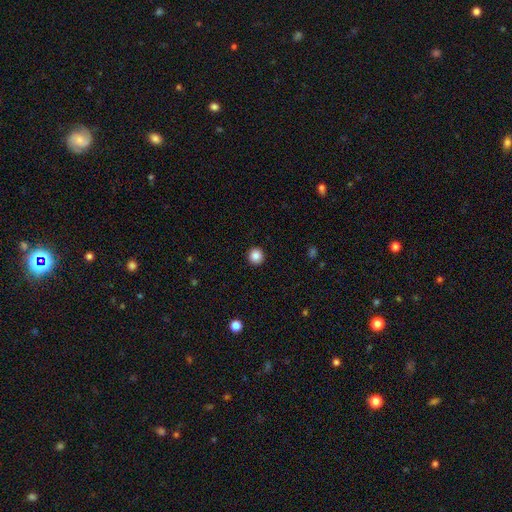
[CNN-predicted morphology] Q: Smooth or featured?
A: smooth (87%); runner-up: star or artifact (10%)
Q: How rounded?
A: round (94%); runner-up: in between (5%)
Q: Merging?
A: none (93%); runner-up: minor disturbance (4%)